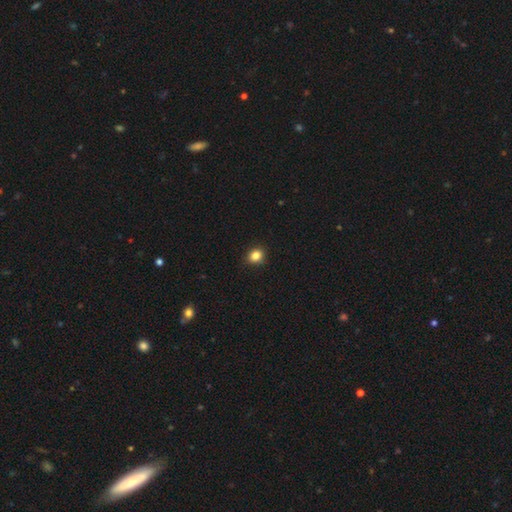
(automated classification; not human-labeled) The model was most divided on "how rounded": round: 67%, in between: 32%, cigar-shaped: 1%. More confident: merging — none (89%); smooth or featured — smooth (85%).